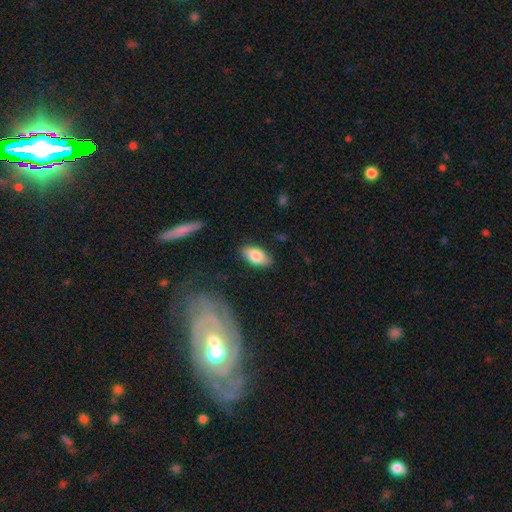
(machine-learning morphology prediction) A smooth galaxy with no disk features (82%) that is in between round and cigar-shaped (93%). Merging: none (85%).